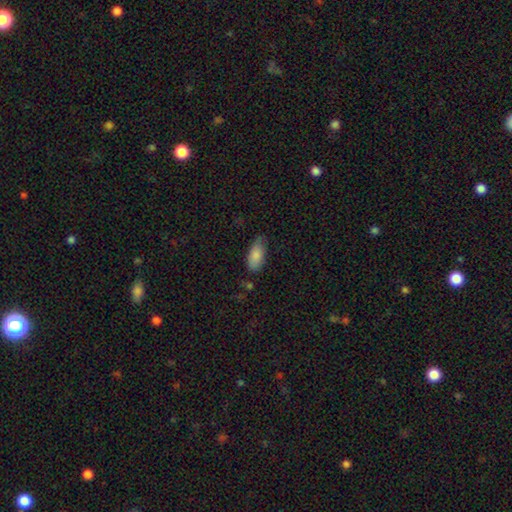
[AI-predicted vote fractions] smooth 86%, featured or disk 8%, star or artifact 7%. Down the decision tree: how rounded — in between (87%); merging — none (63%).